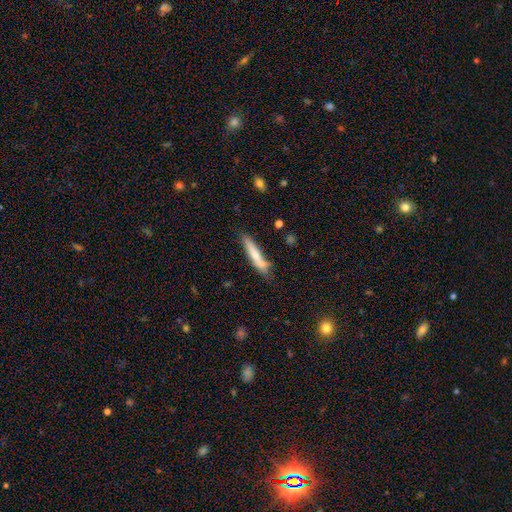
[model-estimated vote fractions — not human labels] Smooth or featured? smooth (70%)
How rounded? cigar-shaped (90%)
Merging? none (66%)